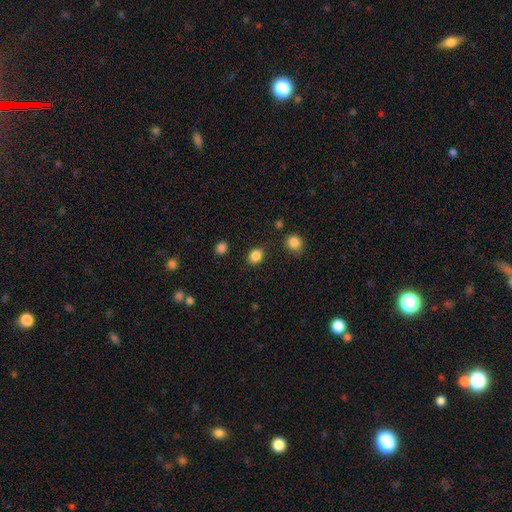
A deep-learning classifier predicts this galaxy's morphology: Overall: smooth (86%). How rounded: round (56%; in between 43%). Merging: none (83%).